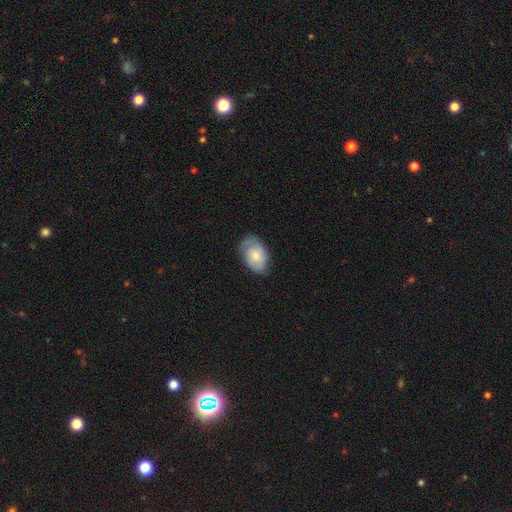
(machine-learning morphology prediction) A featured or disk galaxy (53%) with no bar (69%), spiral arms (82%) and a moderate central bulge (46%).

Vote fractions:
- Smooth or featured? featured or disk: 53% / smooth: 41% / star or artifact: 6%
- Edge-on disk? no: 96% / yes: 4%
- Bar? no: 69% / weak: 27% / strong: 4%
- Spiral arms? yes: 82% / no: 18%
- Bulge size? moderate: 46% / small: 43% / none: 5% / large: 5% / dominant: 1%
- Merging? none: 69% / minor disturbance: 23% / major disturbance: 7% / merger: 1%